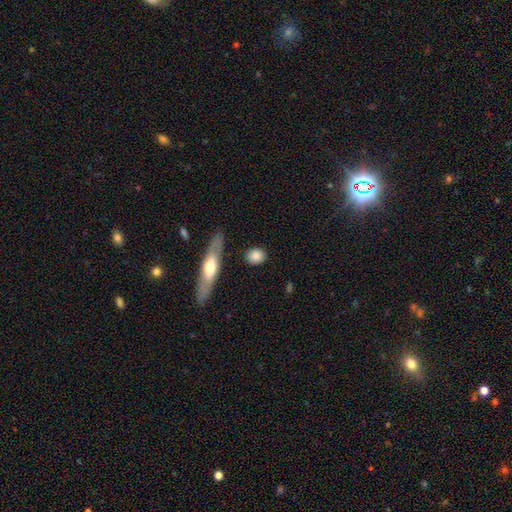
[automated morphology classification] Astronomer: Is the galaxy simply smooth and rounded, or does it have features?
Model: smooth — 83%.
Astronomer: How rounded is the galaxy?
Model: round — 55% (runner-up: in between, 38%).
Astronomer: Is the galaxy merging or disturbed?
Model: none — 85%.